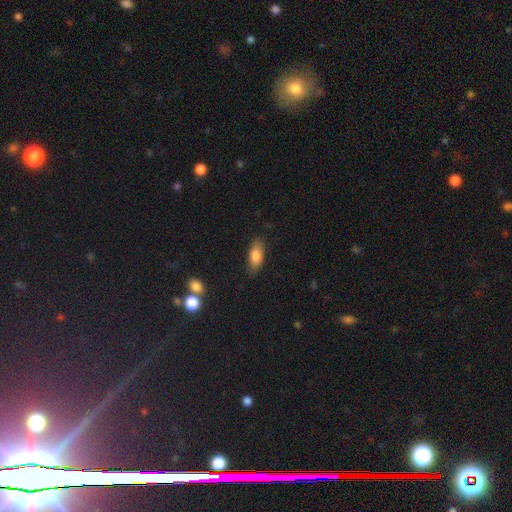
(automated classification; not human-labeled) A smooth galaxy with no disk features (81%) that is in between round and cigar-shaped (81%).

Vote fractions:
- Smooth or featured? smooth: 81% / featured or disk: 12% / star or artifact: 7%
- How rounded? in between: 81% / cigar-shaped: 16% / round: 3%
- Merging? none: 79% / minor disturbance: 15% / major disturbance: 4% / merger: 2%